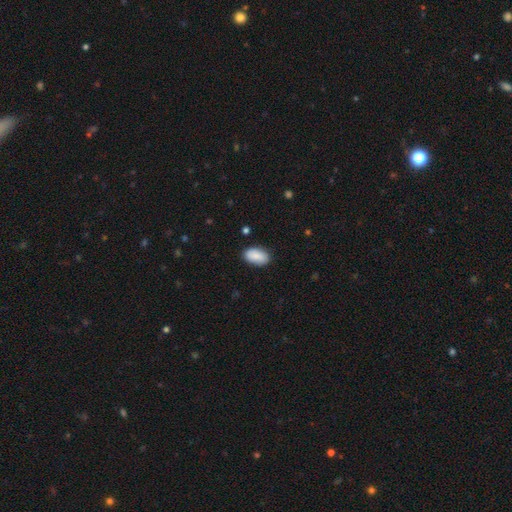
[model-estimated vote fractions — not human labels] Overall: smooth (87%). How rounded: in between (93%). Merging: none (84%).